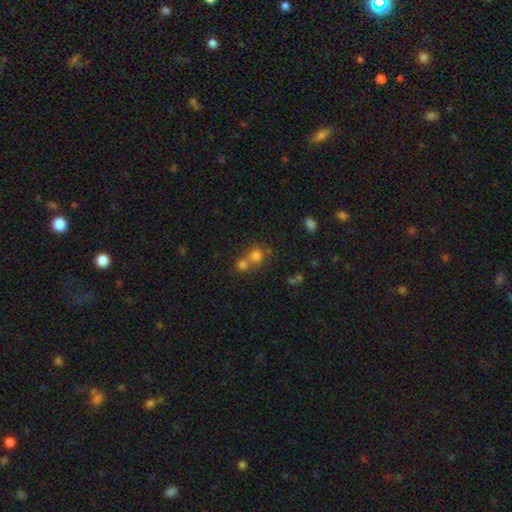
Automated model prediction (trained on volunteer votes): Smooth or featured? Predicted: smooth (p=0.73). How rounded? Predicted: round (p=0.83). Merging? Predicted: merger (p=0.49).